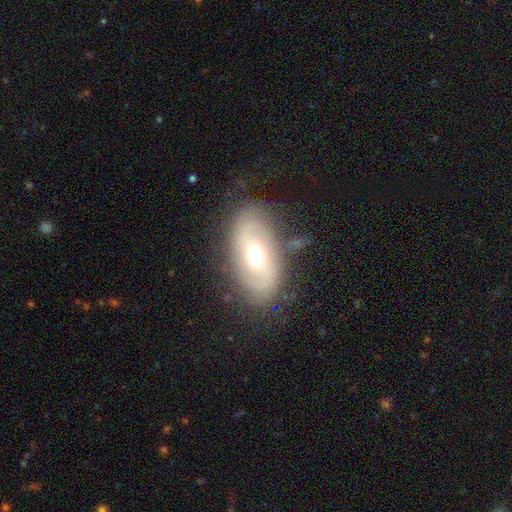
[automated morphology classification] featured or disk 56%, smooth 36%, star or artifact 8%. Down the decision tree: edge-on disk — no (91%); bar — no (61%); spiral arms — yes (59%); bulge size — moderate (70%); merging — none (76%).